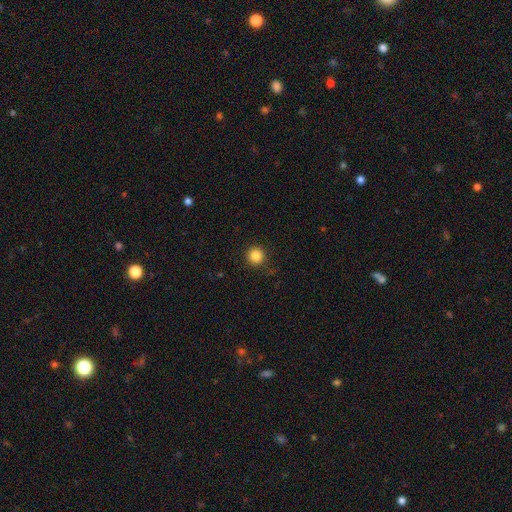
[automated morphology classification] This is clearly a smooth galaxy (85%). How rounded: clearly round (95%). Merging: clearly none (90%).